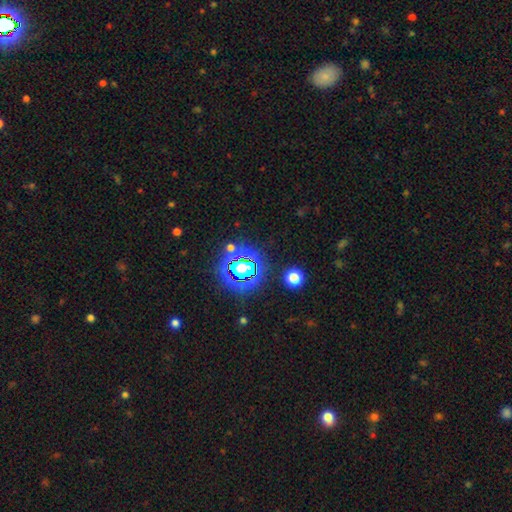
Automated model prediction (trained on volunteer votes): This appears to be a star or artifact, not a galaxy (79%).